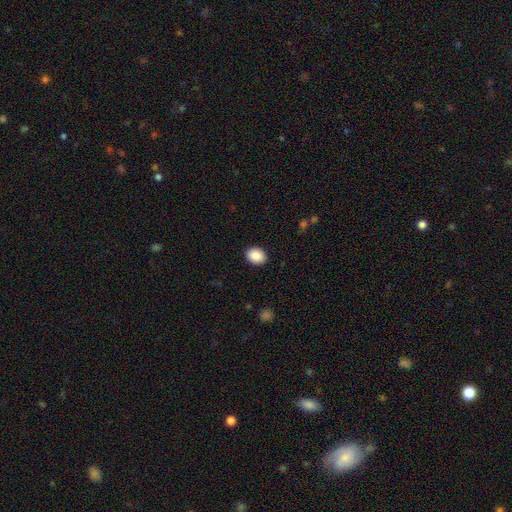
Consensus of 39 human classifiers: smooth 92%, star or artifact 5%, featured or disk 3%. Down the decision tree: how rounded — in between (75%); merging — none (97%).